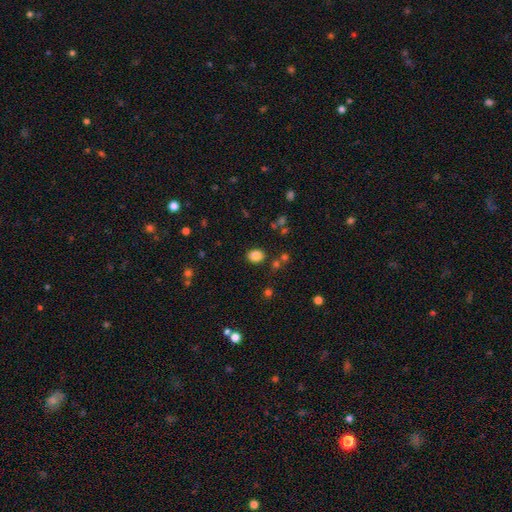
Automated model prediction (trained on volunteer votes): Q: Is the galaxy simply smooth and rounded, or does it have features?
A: smooth — 84%.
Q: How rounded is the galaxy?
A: in between — 54%.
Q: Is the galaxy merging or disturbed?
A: none — 82%.